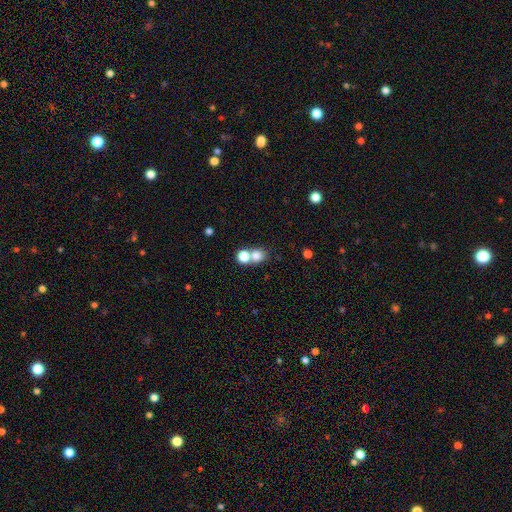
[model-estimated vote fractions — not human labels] Smooth or featured?
  - smooth: 76% *
  - star or artifact: 14%
  - featured or disk: 10%
How rounded?
  - round: 73% *
  - in between: 26%
  - cigar-shaped: 1%
Merging?
  - merger: 46% *
  - none: 44%
  - minor disturbance: 6%
  - major disturbance: 3%